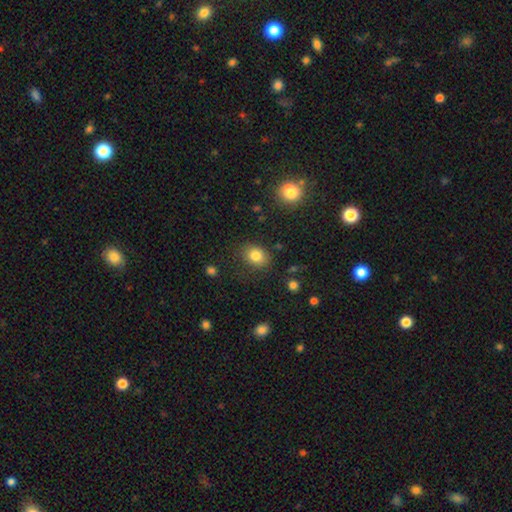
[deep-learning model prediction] Overall: smooth (81%). How rounded: in between (50%; round 49%). Merging: none (78%).